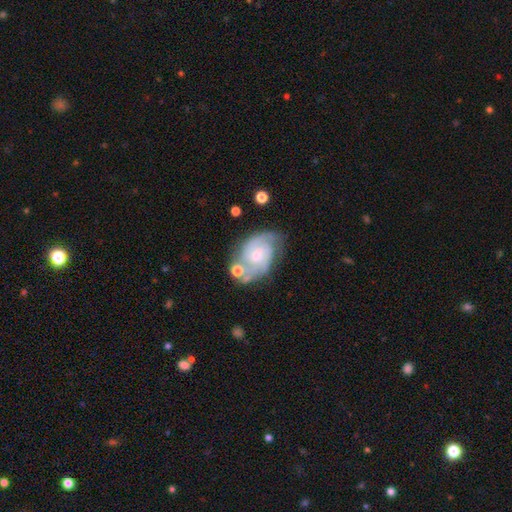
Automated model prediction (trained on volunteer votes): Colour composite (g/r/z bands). It shows a featured or disk galaxy (83%) with no bar (61%), 2 (62%) medium (44%) spiral arms (95%) and a small central bulge (59%). Merging: none (64%).